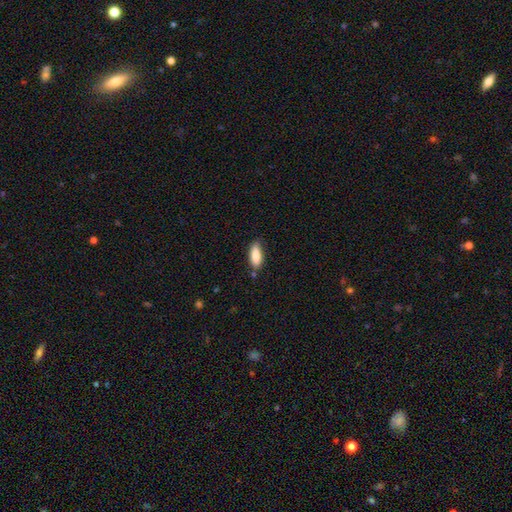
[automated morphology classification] The model was most divided on "how rounded": in between: 74%, cigar-shaped: 24%, round: 2%. More confident: smooth or featured — smooth (86%); merging — none (73%).